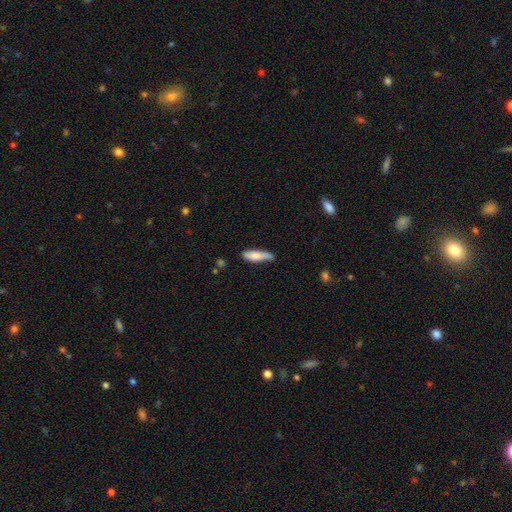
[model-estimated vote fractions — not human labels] smooth-or-featured: smooth: 77% | featured or disk: 17% | star or artifact: 6%
  how-rounded: cigar-shaped: 65% | in between: 33% | round: 2%
  merging: none: 61% | minor disturbance: 29% | major disturbance: 6% | merger: 4%